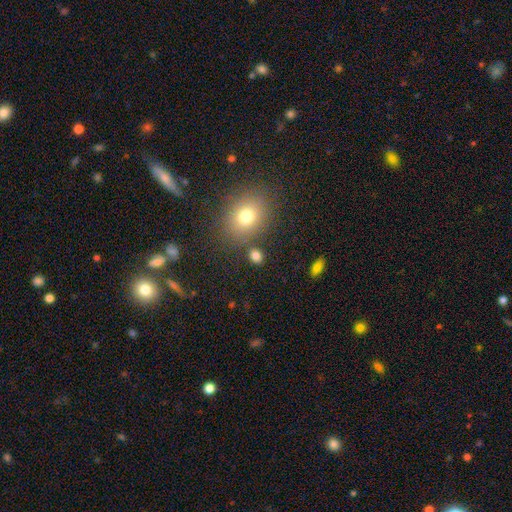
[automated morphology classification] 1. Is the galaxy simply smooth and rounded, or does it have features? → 81% smooth, 14% star or artifact, 6% featured or disk.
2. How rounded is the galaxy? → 58% round, 41% in between, 2% cigar-shaped.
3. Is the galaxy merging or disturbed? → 79% none, 9% minor disturbance, 8% merger, 4% major disturbance.